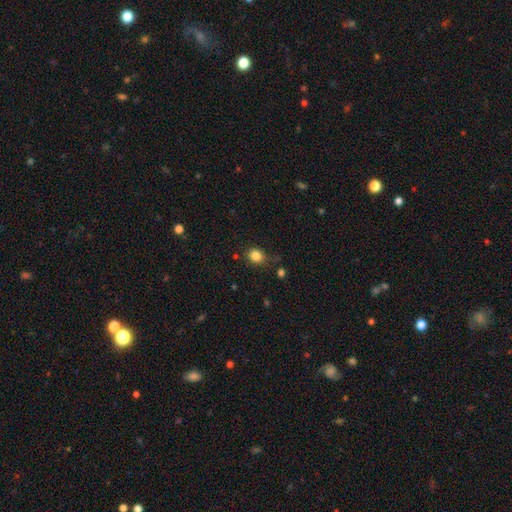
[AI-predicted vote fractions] Q: Smooth or featured?
A: smooth (84%); runner-up: star or artifact (11%)
Q: How rounded?
A: round (71%); runner-up: in between (28%)
Q: Merging?
A: none (75%); runner-up: minor disturbance (17%)